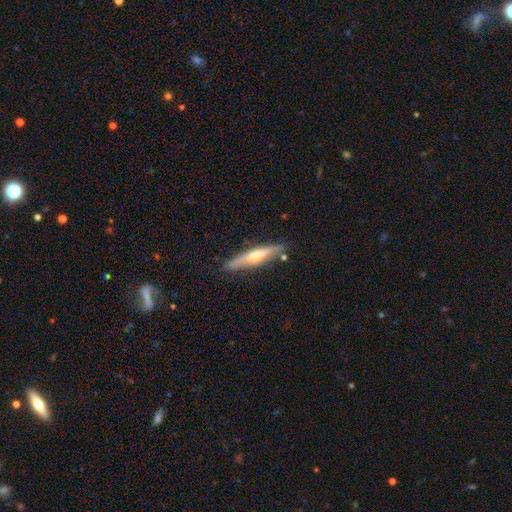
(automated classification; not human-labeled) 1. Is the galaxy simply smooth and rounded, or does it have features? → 62% featured or disk, 32% smooth, 6% star or artifact.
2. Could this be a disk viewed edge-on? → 93% yes, 7% no.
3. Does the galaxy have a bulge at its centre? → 83% rounded, 10% none, 7% boxy.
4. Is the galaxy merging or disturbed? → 84% none, 12% minor disturbance, 2% major disturbance, 2% merger.